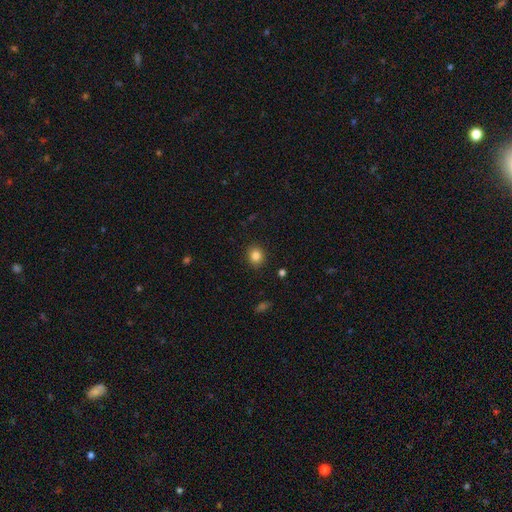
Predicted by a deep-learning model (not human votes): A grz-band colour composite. It shows a smooth galaxy with no disk features (84%) that is round (77%). Merging: none (91%).